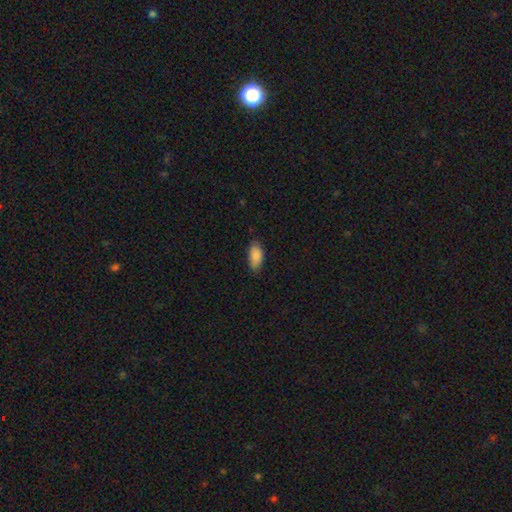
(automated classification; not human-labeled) Smooth or featured? smooth (88%)
How rounded? in between (91%)
Merging? none (75%)